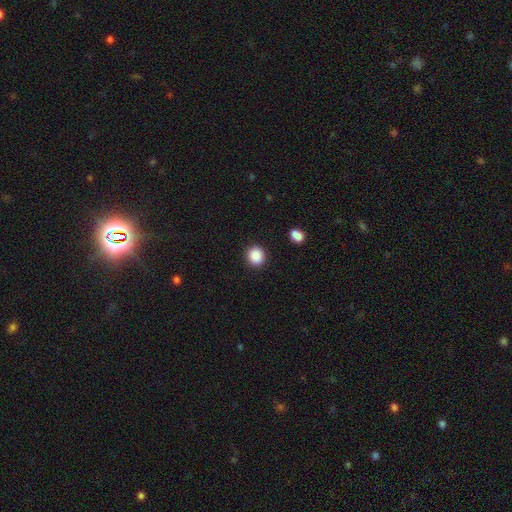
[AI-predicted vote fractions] smooth-or-featured: smooth: 88% | star or artifact: 9% | featured or disk: 3%
  how-rounded: round: 85% | in between: 14% | cigar-shaped: 1%
  merging: none: 91% | minor disturbance: 6% | major disturbance: 2% | merger: 2%